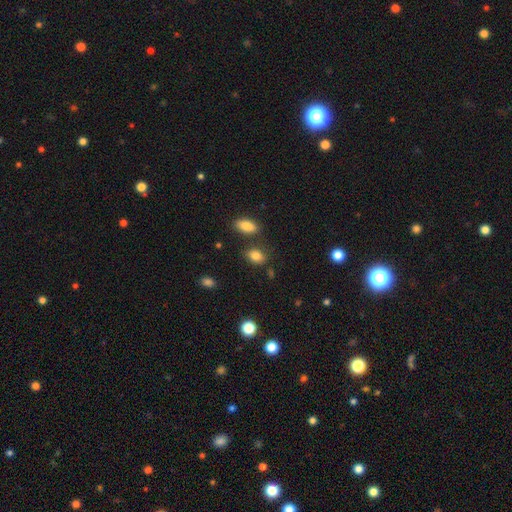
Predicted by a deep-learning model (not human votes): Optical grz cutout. It shows a smooth galaxy with no disk features (84%) that is in between round and cigar-shaped (75%). Merging: none (75%).